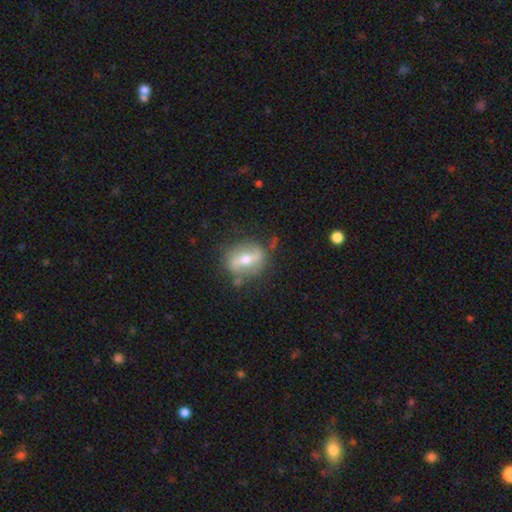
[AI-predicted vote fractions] A featured or disk galaxy (69%) with a strong bar (66%), no spiral arms (52%) and a moderate central bulge (67%).

Vote fractions:
- Smooth or featured? featured or disk: 69% / smooth: 24% / star or artifact: 7%
- Edge-on disk? no: 79% / yes: 21%
- Bar? strong: 66% / weak: 22% / no: 12%
- Spiral arms? no: 52% / yes: 48%
- Bulge size? moderate: 67% / small: 26% / large: 5% / dominant: 1% / none: 1%
- Merging? none: 76% / minor disturbance: 15% / major disturbance: 6% / merger: 3%